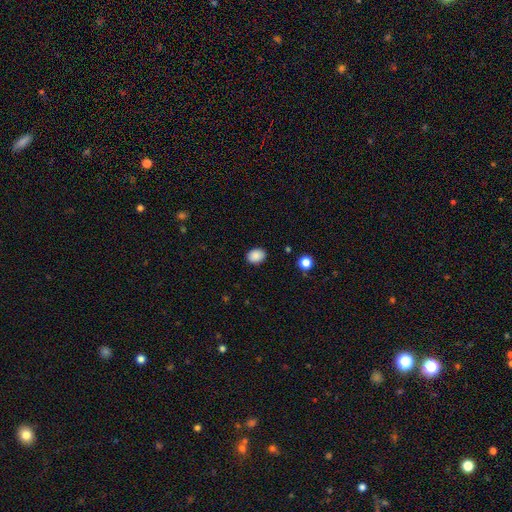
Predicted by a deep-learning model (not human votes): Overall: smooth (88%). How rounded: in between (63%; round 36%). Merging: none (88%).